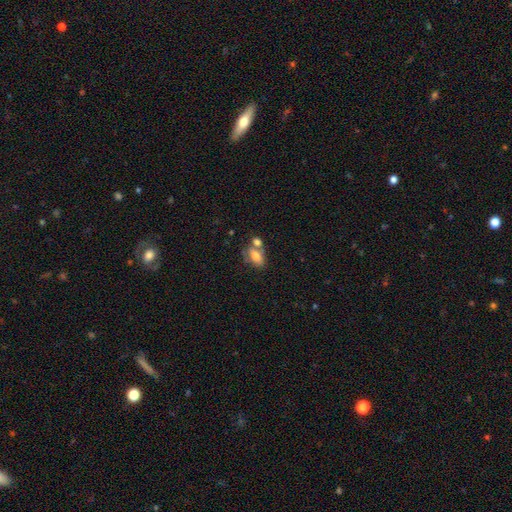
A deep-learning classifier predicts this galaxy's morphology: A smooth galaxy with no disk features (74%) that is in between round and cigar-shaped (86%).

Vote fractions:
- Smooth or featured? smooth: 74% / featured or disk: 17% / star or artifact: 9%
- How rounded? in between: 86% / round: 9% / cigar-shaped: 5%
- Merging? none: 43% / merger: 37% / minor disturbance: 14% / major disturbance: 6%